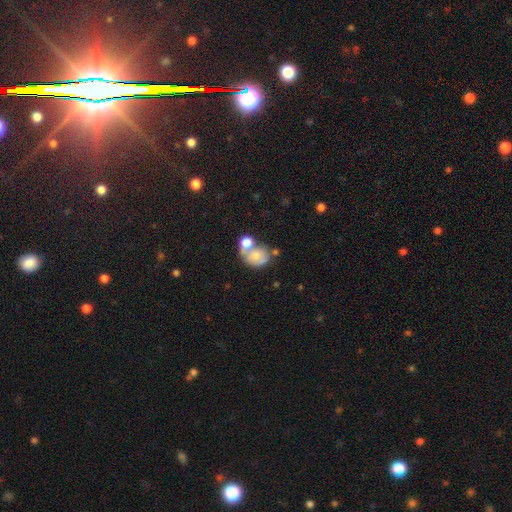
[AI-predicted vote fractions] smooth-or-featured: smooth: 65% | featured or disk: 26% | star or artifact: 9%
  how-rounded: round: 50% | in between: 49% | cigar-shaped: 1%
  merging: merger: 50% | none: 26% | minor disturbance: 14% | major disturbance: 10%